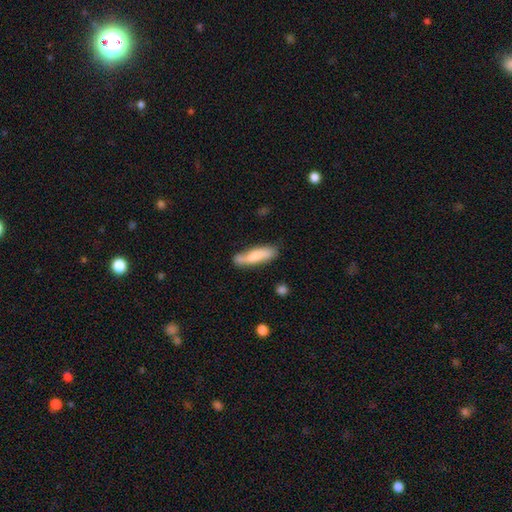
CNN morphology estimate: This appears to be a smooth galaxy with no disk features (66%) that is cigar-shaped (65%). Merging: none (70%).